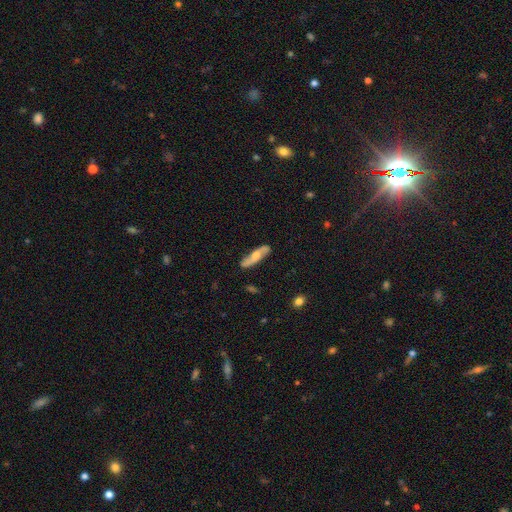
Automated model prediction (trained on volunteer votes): This is possibly a featured or disk galaxy (58%). It is likely not viewed edge-on (60%). Merging: clearly none (82%).